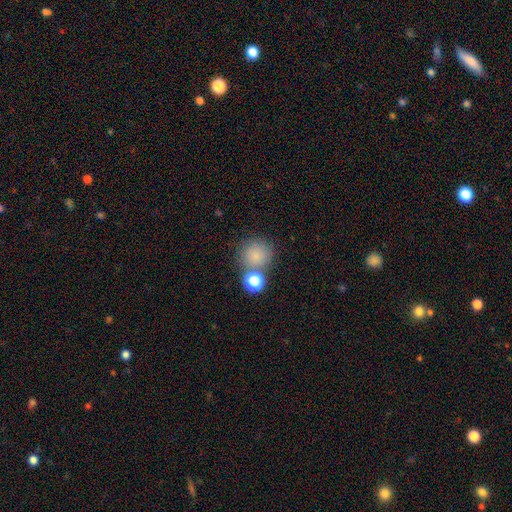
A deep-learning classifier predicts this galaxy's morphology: A smooth galaxy with no disk features (78%) that is round (89%). Merging: none (67%).